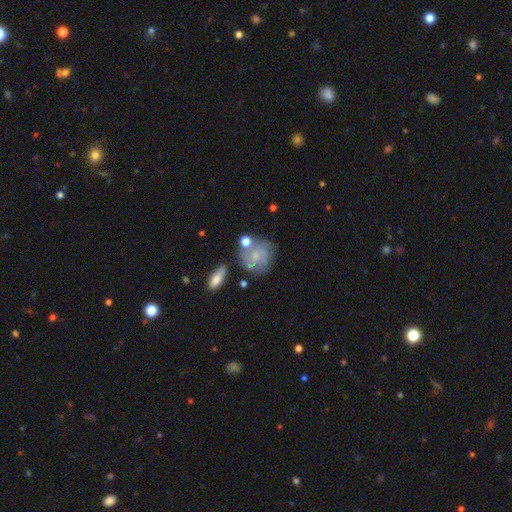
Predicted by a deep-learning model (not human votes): This is possibly a featured or disk galaxy (56%). It is clearly not viewed edge-on (97%). Bar: likely no (71%). Spiral arm pattern: likely yes (76%). Central bulge: possibly small (54%). Merging: possibly none (58%).